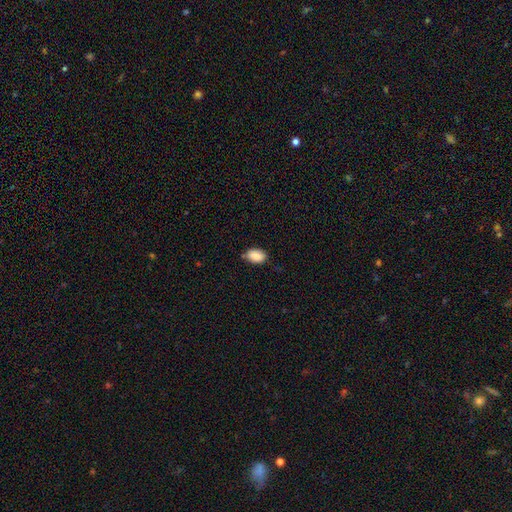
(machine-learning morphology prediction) smooth-or-featured: smooth: 84% | featured or disk: 8% | star or artifact: 8%
  how-rounded: in between: 84% | round: 15% | cigar-shaped: 1%
  merging: none: 71% | minor disturbance: 23% | major disturbance: 3% | merger: 3%